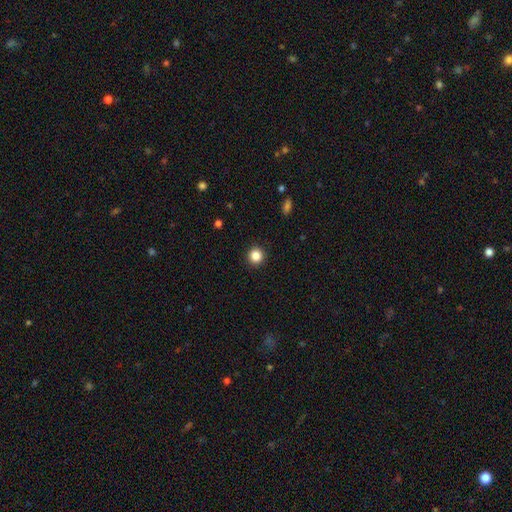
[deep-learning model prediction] smooth_or_featured: smooth (p=0.85) [alt: star or artifact p=0.11]
how_rounded: round (p=0.94) [alt: in between p=0.05]
merging: none (p=0.92) [alt: minor disturbance p=0.05]